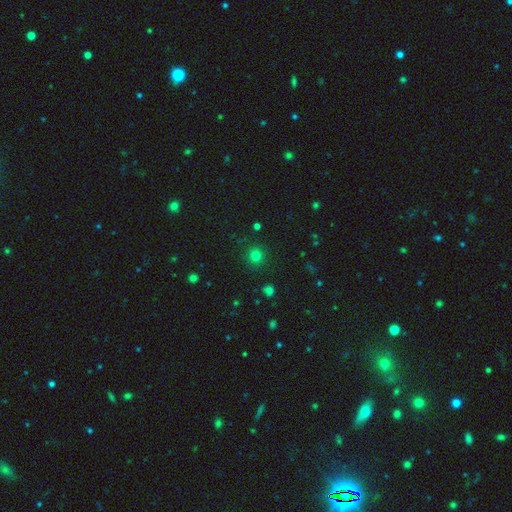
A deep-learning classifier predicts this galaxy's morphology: A smooth galaxy with no disk features (77%) that is round (93%). Merging: none (89%).